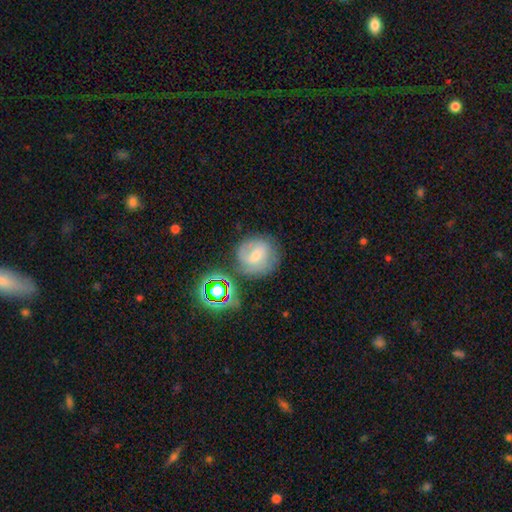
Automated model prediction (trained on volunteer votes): Overall: featured or disk (54%; smooth 32%). Edge-on disk: no (97%). Bar: weak (53%; no 32%). Spiral arms: yes (83%). Bulge size: small (47%; moderate 42%). Merging: none (62%).